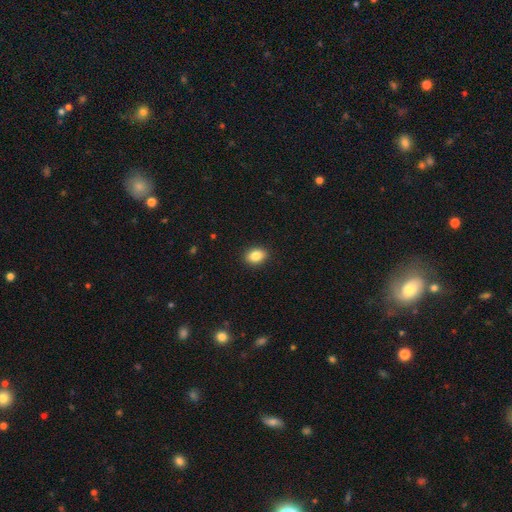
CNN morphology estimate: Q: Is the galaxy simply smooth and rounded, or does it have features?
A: smooth — 86%.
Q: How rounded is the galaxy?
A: in between — 75%.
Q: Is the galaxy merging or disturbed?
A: none — 90%.